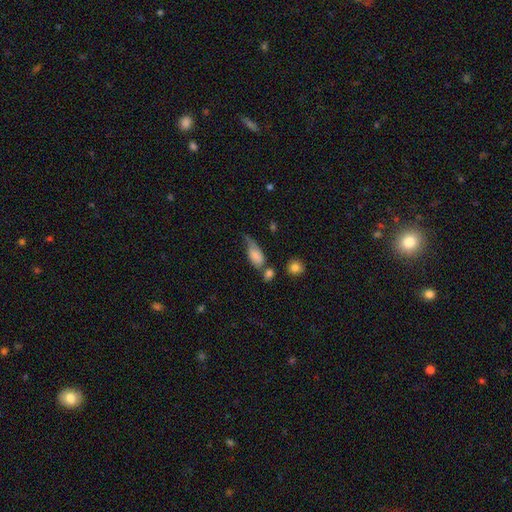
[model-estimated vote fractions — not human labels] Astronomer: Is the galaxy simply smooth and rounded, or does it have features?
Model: smooth — 73%.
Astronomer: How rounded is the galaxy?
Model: in between — 85%.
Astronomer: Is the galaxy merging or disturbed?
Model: minor disturbance — 34% (runner-up: major disturbance, 25%).